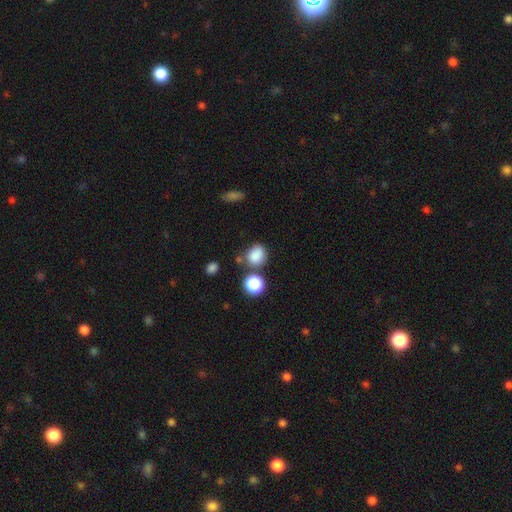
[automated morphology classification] Smooth or featured? Predicted: smooth (p=0.83). How rounded? Predicted: round (p=0.62). Merging? Predicted: none (p=0.64).